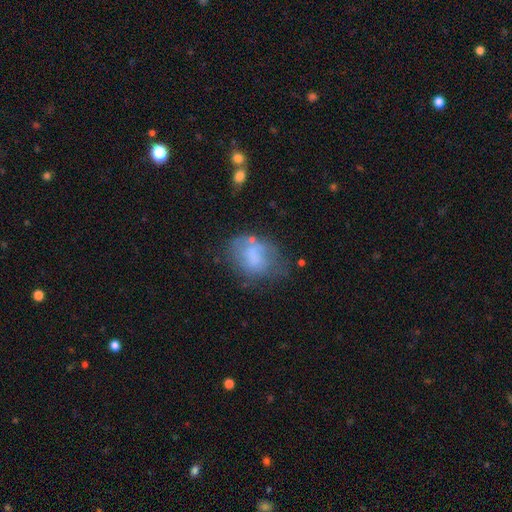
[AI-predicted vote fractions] Smooth or featured?
  - smooth: 58% *
  - featured or disk: 31%
  - star or artifact: 12%
How rounded?
  - in between: 68% *
  - round: 31%
  - cigar-shaped: 1%
Merging?
  - none: 46% *
  - minor disturbance: 29%
  - major disturbance: 18%
  - merger: 7%